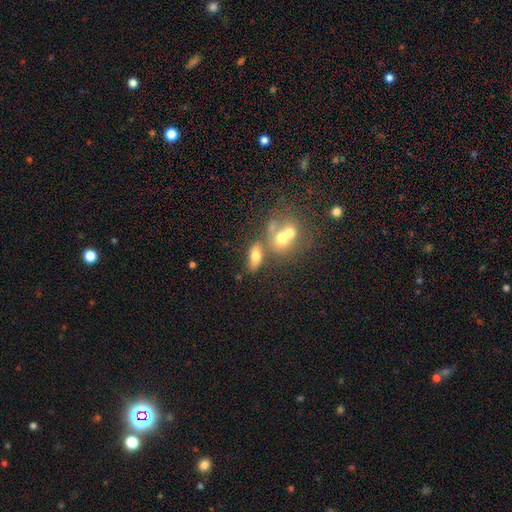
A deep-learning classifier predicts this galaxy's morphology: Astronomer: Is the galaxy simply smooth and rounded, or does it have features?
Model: smooth — 67%.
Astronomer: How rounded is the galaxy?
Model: in between — 77%.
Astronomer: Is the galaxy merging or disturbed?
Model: none — 53% (runner-up: merger, 28%).